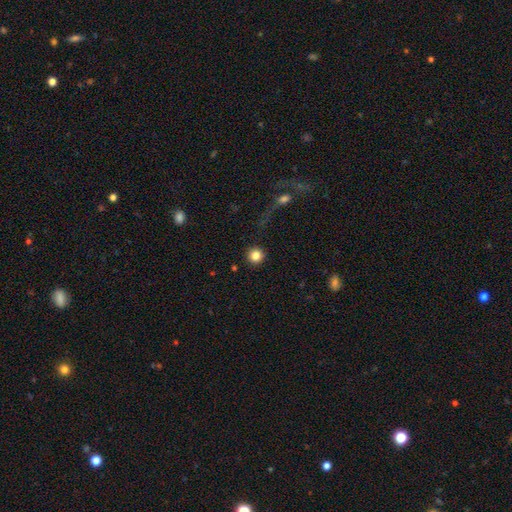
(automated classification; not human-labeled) Smooth or featured?
  - smooth: 83% *
  - star or artifact: 11%
  - featured or disk: 6%
How rounded?
  - round: 95% *
  - in between: 4%
  - cigar-shaped: 1%
Merging?
  - none: 92% *
  - minor disturbance: 5%
  - major disturbance: 2%
  - merger: 1%